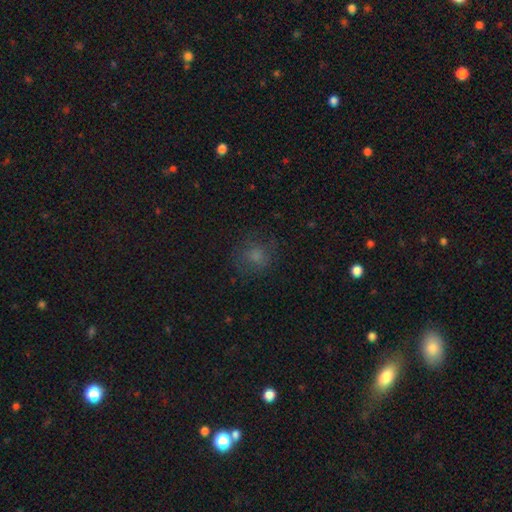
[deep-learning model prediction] A smooth galaxy with no disk features (68%) that is round (83%).

Vote fractions:
- Smooth or featured? smooth: 68% / star or artifact: 18% / featured or disk: 14%
- How rounded? round: 83% / in between: 16% / cigar-shaped: 1%
- Merging? none: 74% / minor disturbance: 15% / major disturbance: 10% / merger: 1%